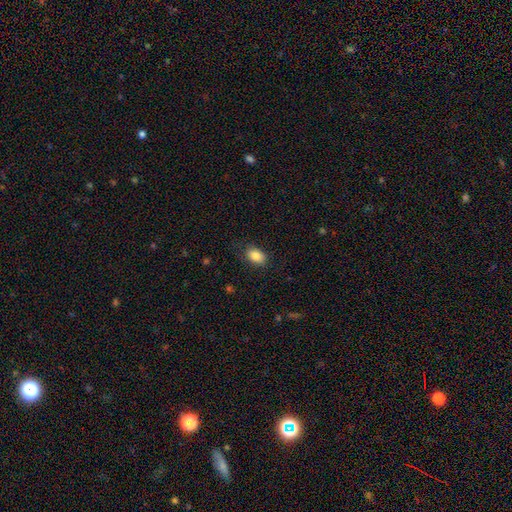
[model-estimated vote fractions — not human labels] This appears to be a smooth galaxy with no disk features (84%) that is in between round and cigar-shaped (86%). Merging: none (83%).